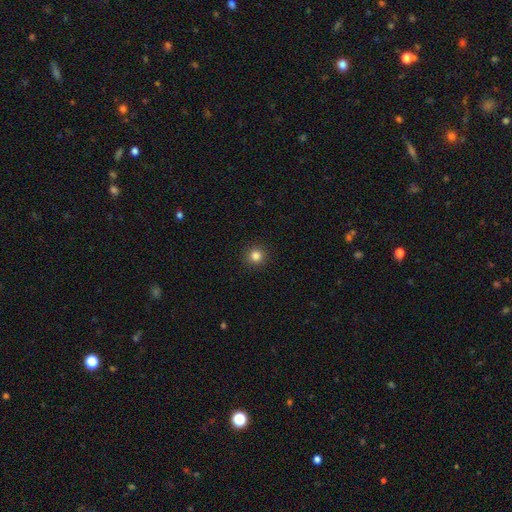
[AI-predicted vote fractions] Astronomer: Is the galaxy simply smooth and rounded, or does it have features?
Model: smooth — 84%.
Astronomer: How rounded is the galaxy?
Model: round — 94%.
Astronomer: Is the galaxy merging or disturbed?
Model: none — 92%.